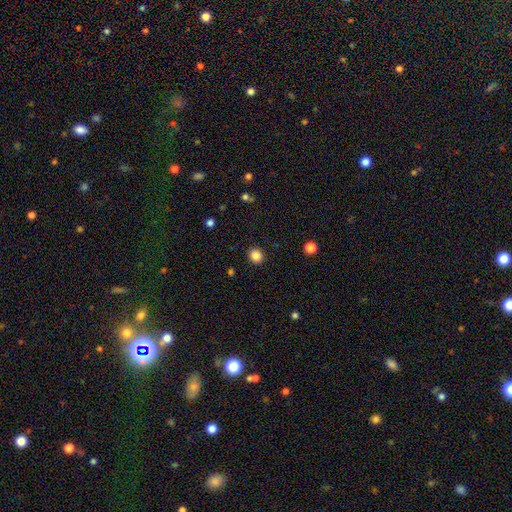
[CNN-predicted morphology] Smooth or featured: smooth — 85% (star or artifact — 11%)
How rounded: round — 84% (in between — 15%)
Merging: none — 92% (minor disturbance — 5%)